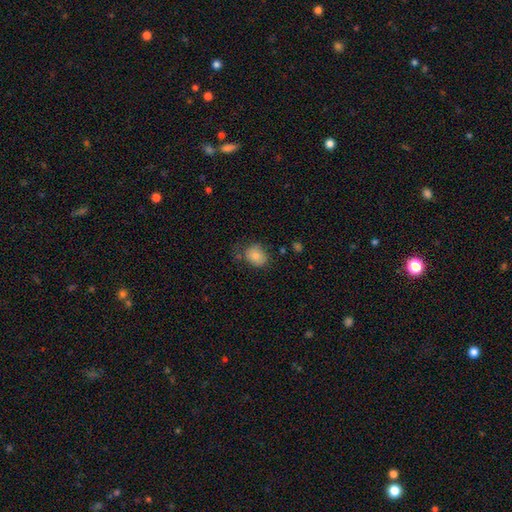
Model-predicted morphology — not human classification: This appears to be a smooth galaxy with no disk features (82%) that is round (54%). Merging: none (60%).